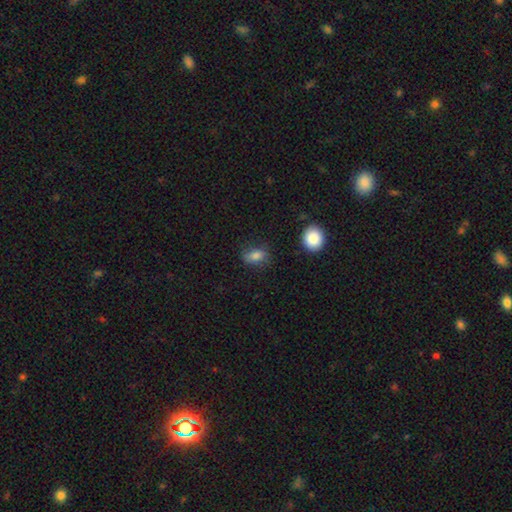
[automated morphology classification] type=smooth (82%); roundness=in between (80%); merging=none (73%).